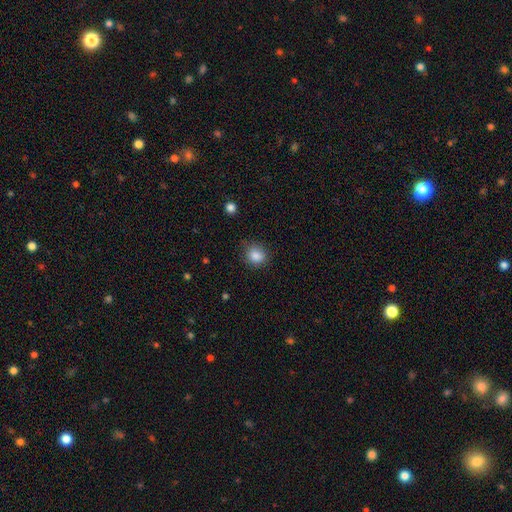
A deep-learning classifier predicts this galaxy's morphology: Overall: smooth (85%). How rounded: round (77%). Merging: none (80%).